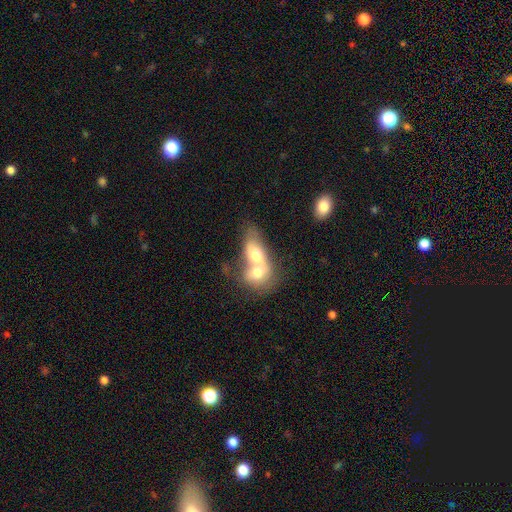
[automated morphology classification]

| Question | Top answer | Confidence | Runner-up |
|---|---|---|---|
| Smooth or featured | smooth | 64% | featured or disk (30%) |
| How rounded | in between | 69% | round (27%) |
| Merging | merger | 81% | none (10%) |